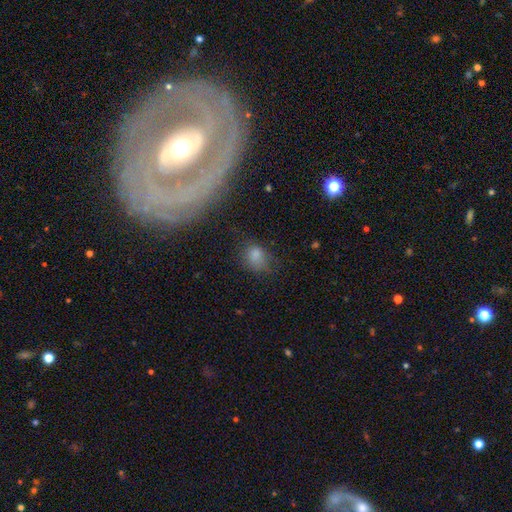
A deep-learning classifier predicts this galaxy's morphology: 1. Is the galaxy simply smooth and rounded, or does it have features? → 76% smooth, 16% star or artifact, 8% featured or disk.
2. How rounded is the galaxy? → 54% in between, 45% round, 2% cigar-shaped.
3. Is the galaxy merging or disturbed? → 56% none, 26% minor disturbance, 14% major disturbance, 4% merger.